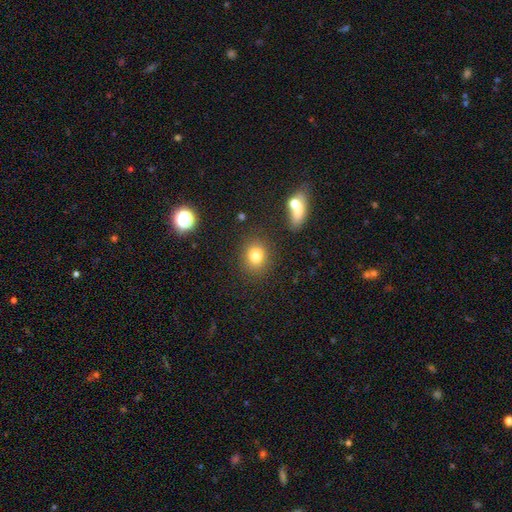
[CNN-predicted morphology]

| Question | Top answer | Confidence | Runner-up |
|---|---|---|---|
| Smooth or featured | smooth | 81% | star or artifact (12%) |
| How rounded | round | 63% | in between (35%) |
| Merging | none | 81% | minor disturbance (11%) |